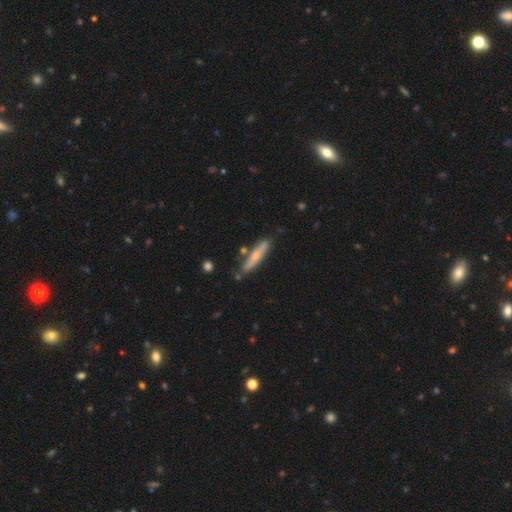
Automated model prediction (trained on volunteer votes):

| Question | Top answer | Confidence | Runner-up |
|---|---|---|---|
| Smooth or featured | smooth | 60% | featured or disk (35%) |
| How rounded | cigar-shaped | 89% | in between (10%) |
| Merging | none | 77% | minor disturbance (14%) |